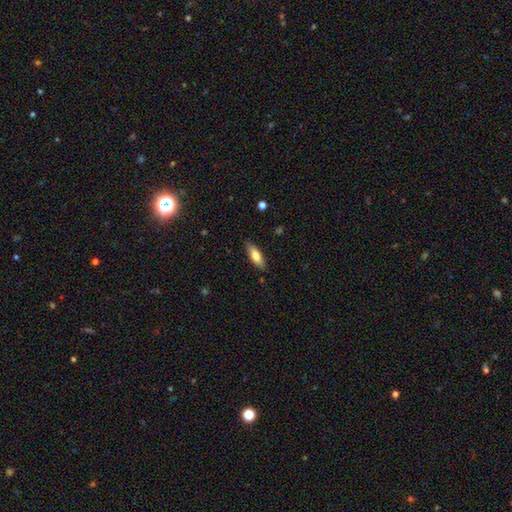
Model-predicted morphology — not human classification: Smooth or featured?
  - smooth: 75% *
  - featured or disk: 19%
  - star or artifact: 6%
How rounded?
  - in between: 61% *
  - cigar-shaped: 37%
  - round: 2%
Merging?
  - none: 86% *
  - minor disturbance: 10%
  - major disturbance: 2%
  - merger: 1%